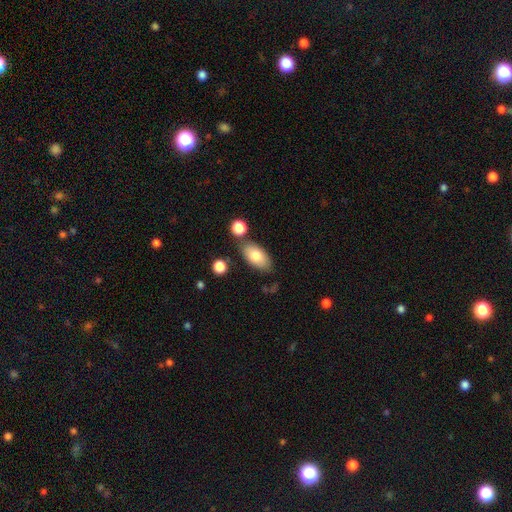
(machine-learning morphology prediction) A smooth galaxy with no disk features (79%) that is in between round and cigar-shaped (92%). Merging: none (73%).